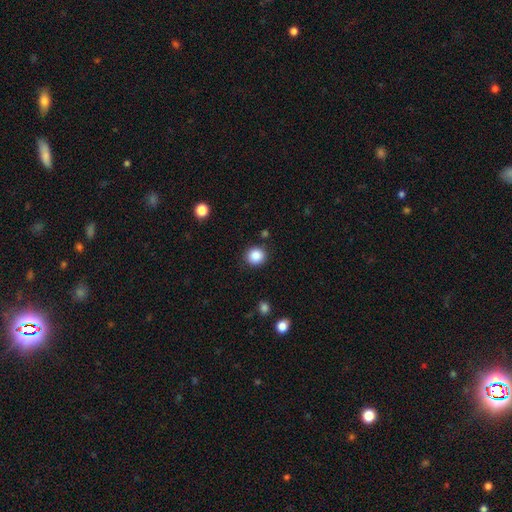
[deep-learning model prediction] Smooth or featured? smooth (87%)
How rounded? round (89%)
Merging? none (89%)